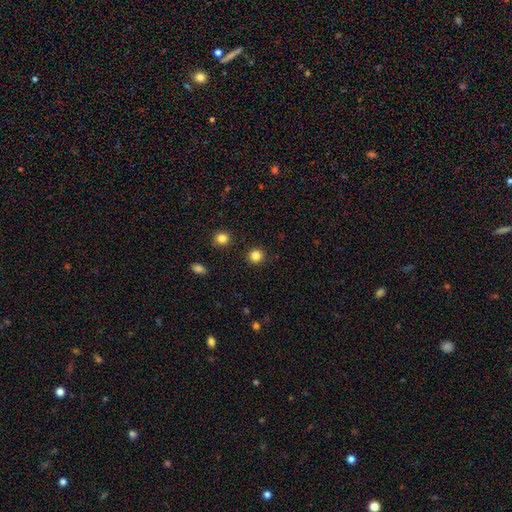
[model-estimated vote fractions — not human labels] smooth_or_featured: smooth (p=0.84) [alt: star or artifact p=0.12]
how_rounded: round (p=0.93) [alt: in between p=0.06]
merging: none (p=0.92) [alt: minor disturbance p=0.04]